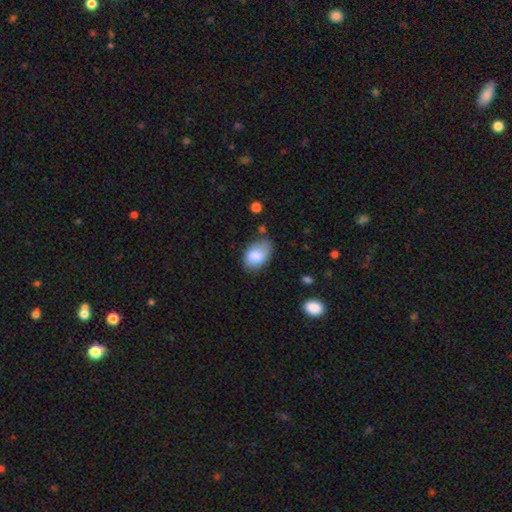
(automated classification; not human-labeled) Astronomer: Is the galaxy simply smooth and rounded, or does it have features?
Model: smooth — 80%.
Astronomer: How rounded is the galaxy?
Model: in between — 88%.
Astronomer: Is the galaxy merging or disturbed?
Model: none — 60%.